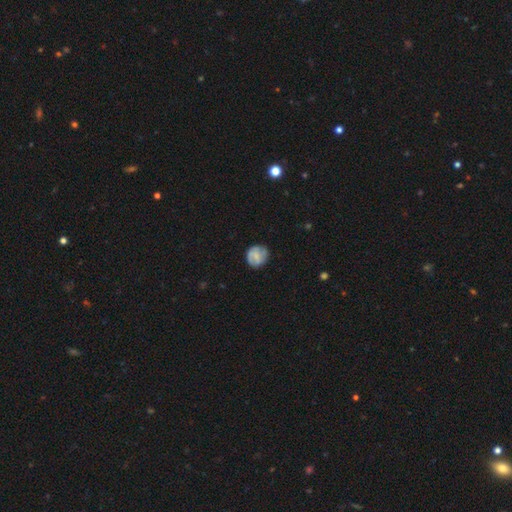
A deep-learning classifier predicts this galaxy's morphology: Smooth or featured?
  - smooth: 57% *
  - featured or disk: 35%
  - star or artifact: 8%
How rounded?
  - round: 83% *
  - in between: 16%
  - cigar-shaped: 1%
Merging?
  - none: 72% *
  - minor disturbance: 20%
  - major disturbance: 6%
  - merger: 2%